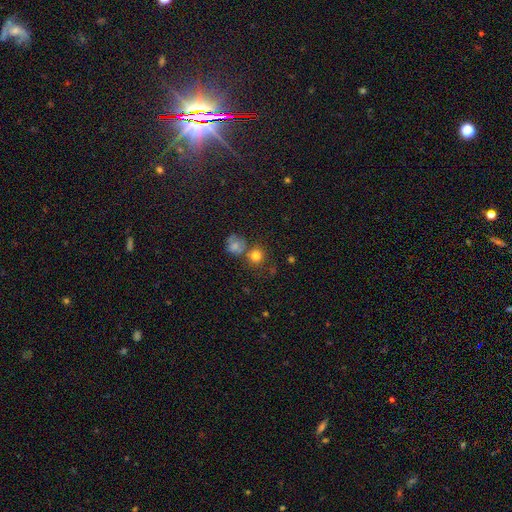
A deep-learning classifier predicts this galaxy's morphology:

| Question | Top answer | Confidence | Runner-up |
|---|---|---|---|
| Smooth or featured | smooth | 79% | star or artifact (13%) |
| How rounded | round | 89% | in between (10%) |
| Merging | none | 65% | merger (20%) |